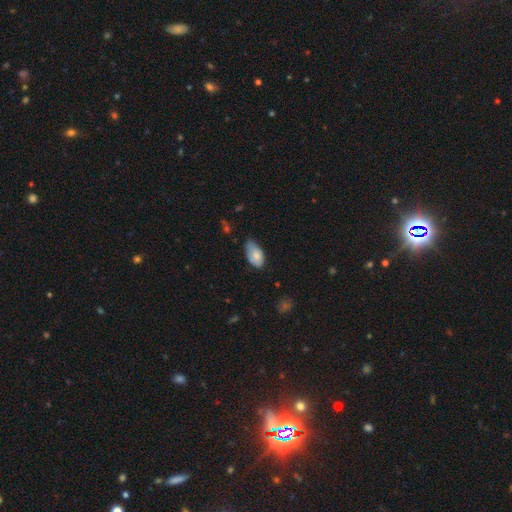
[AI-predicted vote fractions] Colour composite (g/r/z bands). It shows a smooth galaxy with no disk features (78%) that is in between round and cigar-shaped (93%). Merging: minor disturbance (46%).